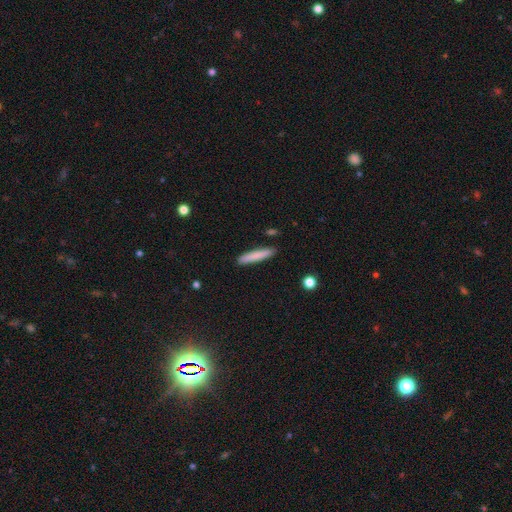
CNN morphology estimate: This appears to be a smooth galaxy with no disk features (80%) that is cigar-shaped (93%). Merging: none (89%).